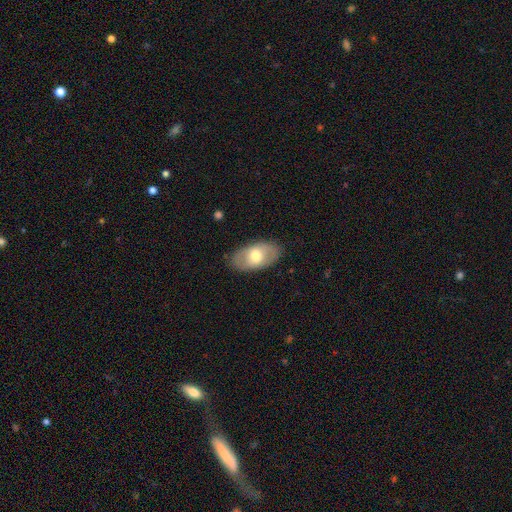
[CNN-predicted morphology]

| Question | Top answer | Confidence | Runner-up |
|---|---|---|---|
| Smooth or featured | smooth | 57% | featured or disk (38%) |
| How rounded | in between | 93% | round (6%) |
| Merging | none | 84% | minor disturbance (12%) |